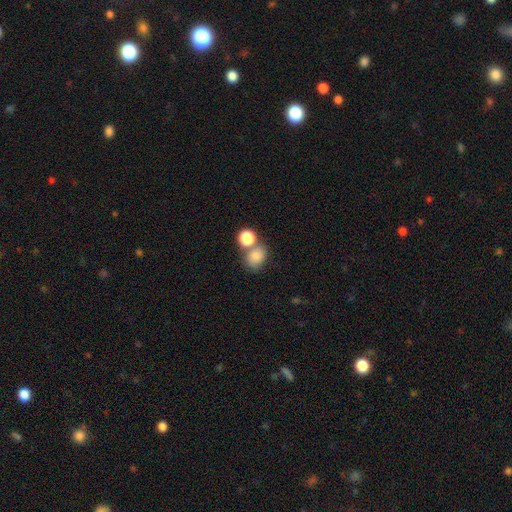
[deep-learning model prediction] Smooth or featured: smooth — 81% (star or artifact — 11%)
How rounded: round — 55% (in between — 44%)
Merging: none — 49% (merger — 34%)